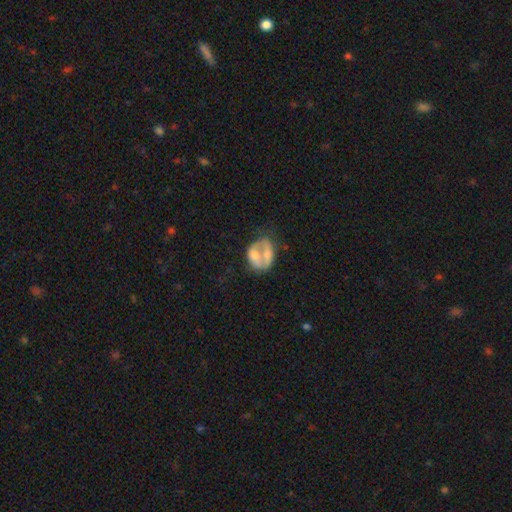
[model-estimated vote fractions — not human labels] Smooth or featured? featured or disk (46%)
Merging? merger (45%)